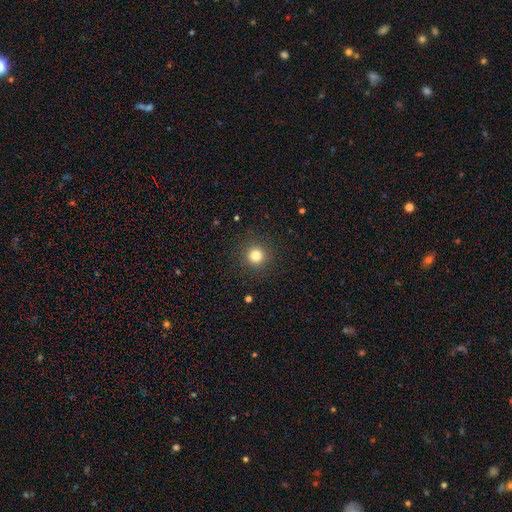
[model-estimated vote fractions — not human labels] A smooth galaxy with no disk features (81%) that is round (95%).

Vote fractions:
- Smooth or featured? smooth: 81% / star or artifact: 13% / featured or disk: 6%
- How rounded? round: 95% / in between: 4% / cigar-shaped: 1%
- Merging? none: 92% / minor disturbance: 5% / major disturbance: 2% / merger: 1%